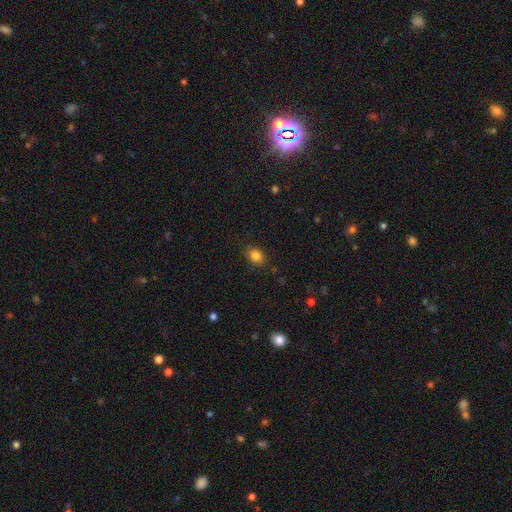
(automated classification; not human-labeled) Smooth or featured? smooth (83%)
How rounded? in between (59%)
Merging? none (84%)